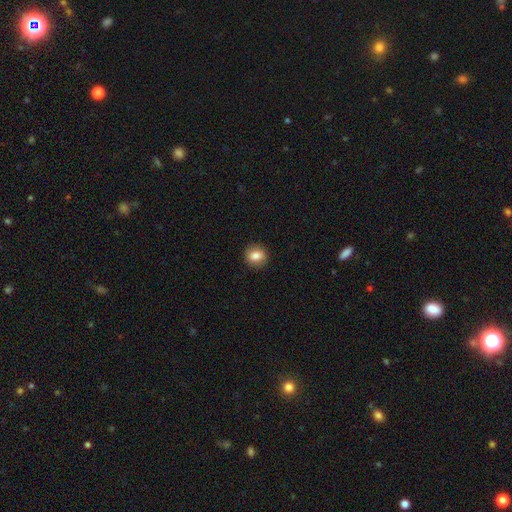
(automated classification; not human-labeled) Smooth or featured?
  - smooth: 80% *
  - featured or disk: 11%
  - star or artifact: 9%
How rounded?
  - round: 77% *
  - in between: 22%
  - cigar-shaped: 1%
Merging?
  - none: 90% *
  - minor disturbance: 7%
  - major disturbance: 2%
  - merger: 1%